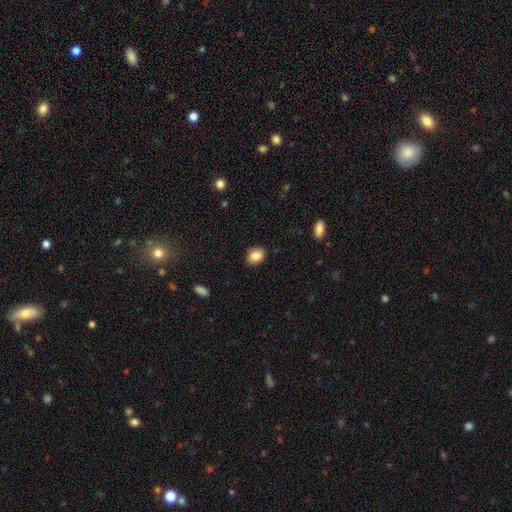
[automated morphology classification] This appears to be a smooth galaxy with no disk features (86%) that is in between round and cigar-shaped (61%). Merging: none (88%).